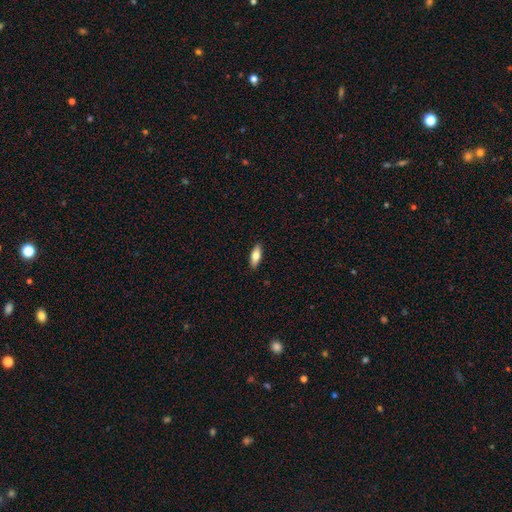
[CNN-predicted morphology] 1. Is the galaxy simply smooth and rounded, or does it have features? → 73% smooth, 21% featured or disk, 6% star or artifact.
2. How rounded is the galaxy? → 69% in between, 28% cigar-shaped, 2% round.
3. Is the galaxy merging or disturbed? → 90% none, 7% minor disturbance, 2% major disturbance, 1% merger.